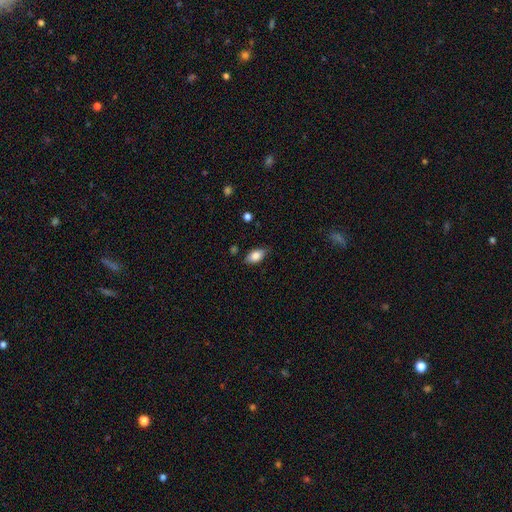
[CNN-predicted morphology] Smooth or featured?
  - smooth: 82% *
  - featured or disk: 11%
  - star or artifact: 7%
How rounded?
  - in between: 90% *
  - round: 5%
  - cigar-shaped: 5%
Merging?
  - none: 80% *
  - minor disturbance: 16%
  - major disturbance: 3%
  - merger: 1%